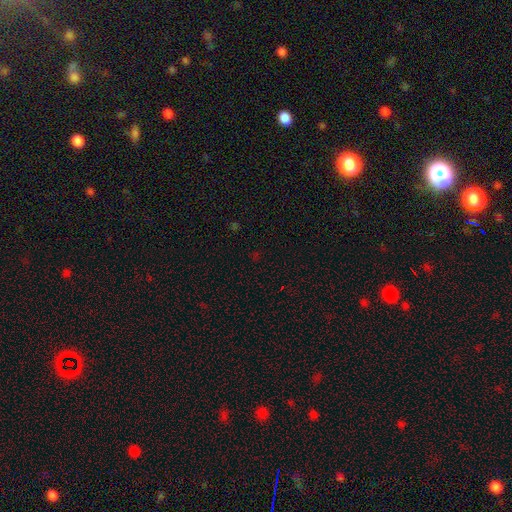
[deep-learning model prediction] A star or artifact, not a galaxy (64%).